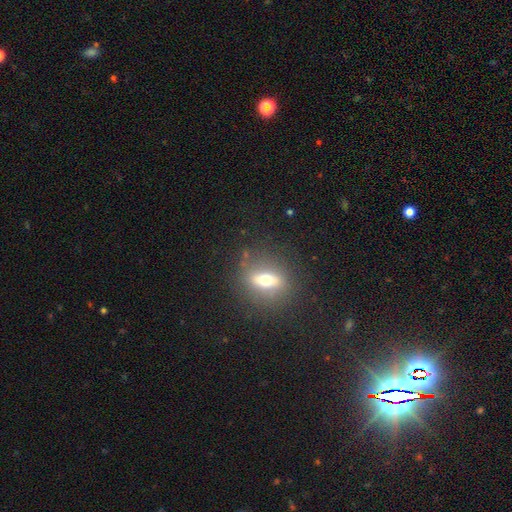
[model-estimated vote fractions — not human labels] This appears to be a featured or disk galaxy (46%). Merging: none (81%).